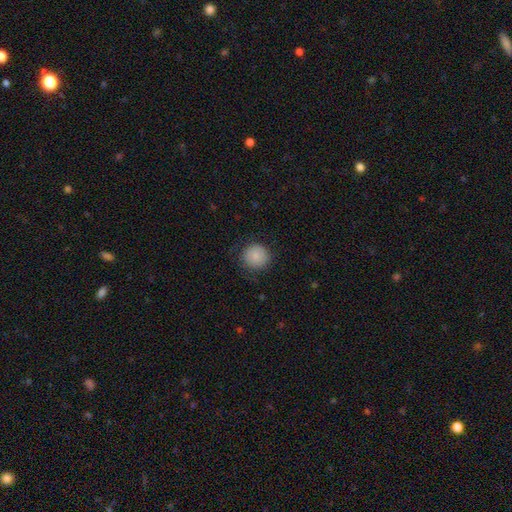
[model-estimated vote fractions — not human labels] smooth_or_featured: smooth (p=0.85) [alt: star or artifact p=0.08]
how_rounded: round (p=0.93) [alt: in between p=0.06]
merging: none (p=0.81) [alt: minor disturbance p=0.14]